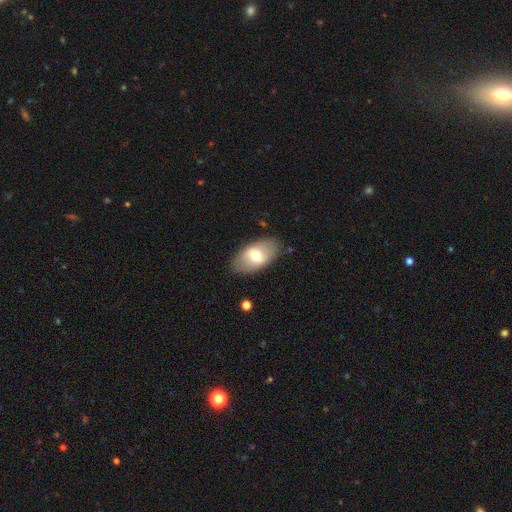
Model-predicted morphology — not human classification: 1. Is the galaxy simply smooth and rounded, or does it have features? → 62% smooth, 32% featured or disk, 6% star or artifact.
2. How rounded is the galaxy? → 93% in between, 5% round, 2% cigar-shaped.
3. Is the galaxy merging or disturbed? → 84% none, 11% minor disturbance, 3% major disturbance, 1% merger.